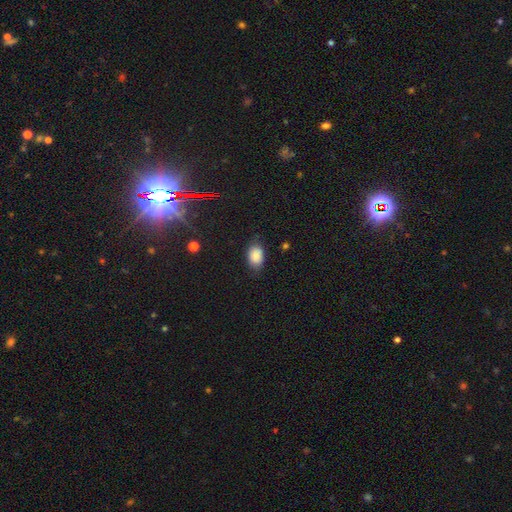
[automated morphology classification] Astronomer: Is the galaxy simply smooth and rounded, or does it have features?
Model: smooth — 86%.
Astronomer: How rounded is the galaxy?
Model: in between — 85%.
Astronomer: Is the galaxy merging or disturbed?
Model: none — 73%.